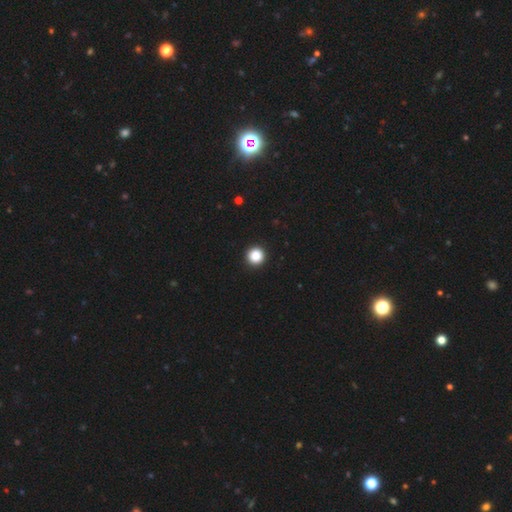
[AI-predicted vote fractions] The model was most divided on "smooth or featured": smooth: 87%, star or artifact: 10%, featured or disk: 3%. More confident: how rounded — round (96%); merging — none (94%).